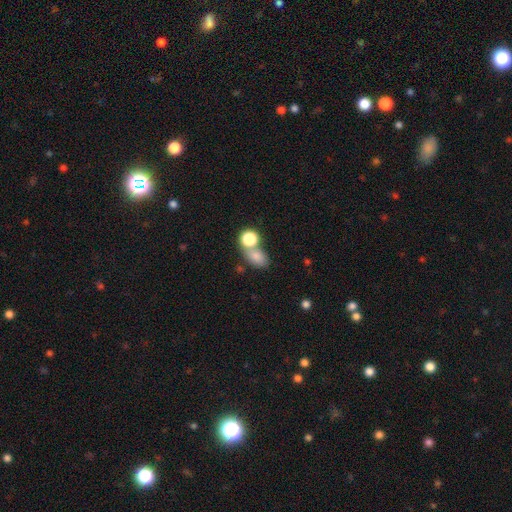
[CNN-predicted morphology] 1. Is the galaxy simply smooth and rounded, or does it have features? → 78% smooth, 13% star or artifact, 9% featured or disk.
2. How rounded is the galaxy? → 71% in between, 27% round, 2% cigar-shaped.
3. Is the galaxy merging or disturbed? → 43% none, 39% merger, 12% minor disturbance, 6% major disturbance.